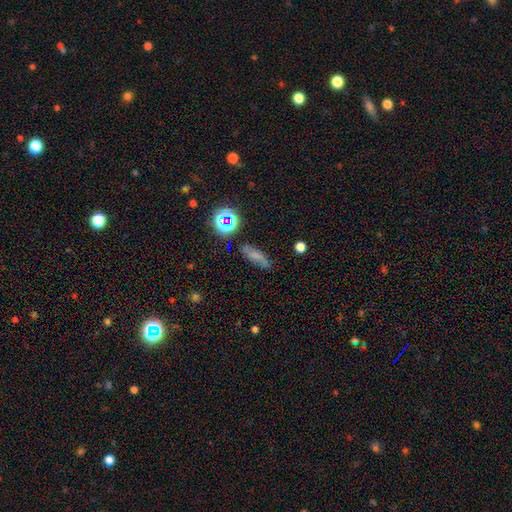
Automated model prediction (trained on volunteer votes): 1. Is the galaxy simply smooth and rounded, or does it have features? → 62% smooth, 22% featured or disk, 16% star or artifact.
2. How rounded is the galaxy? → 50% in between, 41% cigar-shaped, 9% round.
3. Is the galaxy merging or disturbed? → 75% none, 17% minor disturbance, 5% major disturbance, 3% merger.